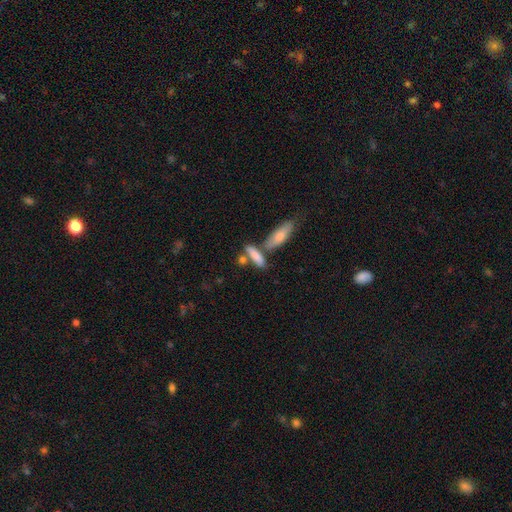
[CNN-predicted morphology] Overall: smooth (77%). How rounded: cigar-shaped (50%; in between 46%). Merging: none (52%; merger 30%).